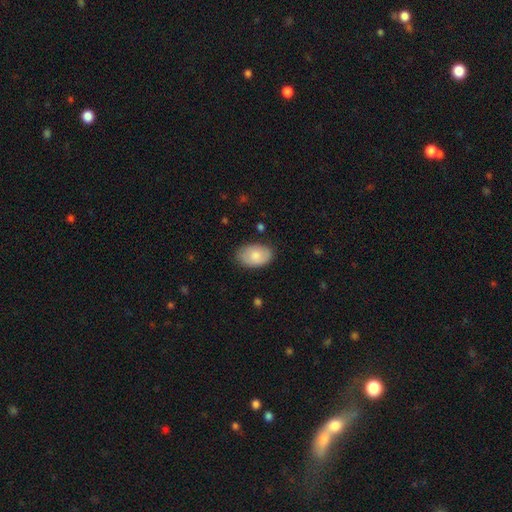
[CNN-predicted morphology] This appears to be a smooth galaxy with no disk features (79%) that is in between round and cigar-shaped (91%). Merging: none (80%).